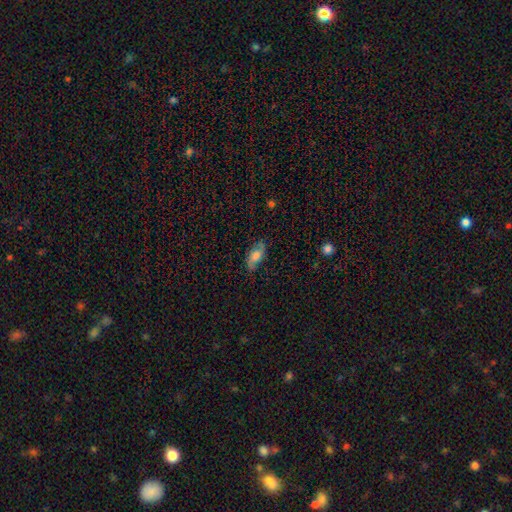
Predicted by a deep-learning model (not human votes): Morphology: type=smooth (52%); roundness=in between (85%); merging=none (73%).